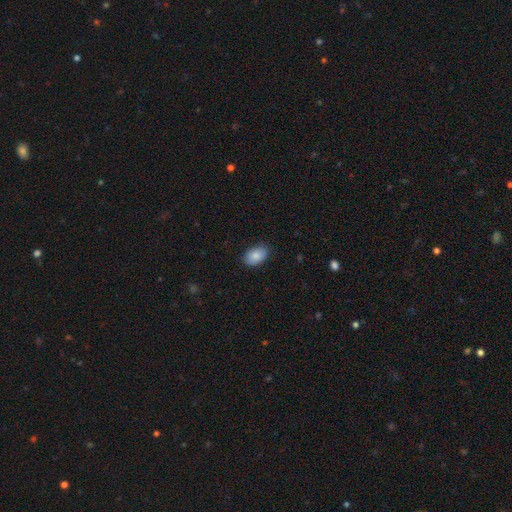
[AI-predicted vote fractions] A smooth galaxy with no disk features (87%) that is in between round and cigar-shaped (89%). Merging: none (84%).